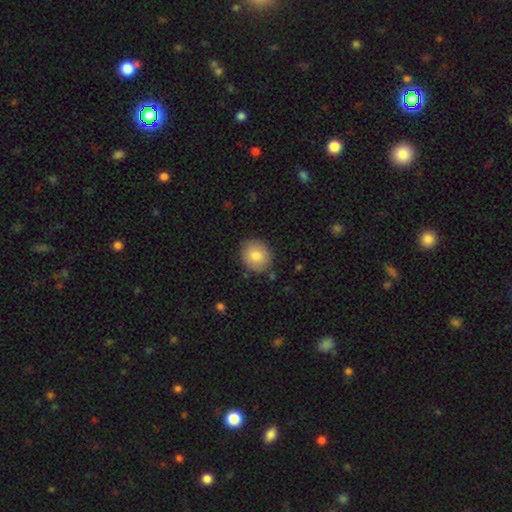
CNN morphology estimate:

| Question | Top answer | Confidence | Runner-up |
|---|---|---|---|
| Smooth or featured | smooth | 82% | featured or disk (10%) |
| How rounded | round | 72% | in between (27%) |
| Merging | none | 84% | minor disturbance (11%) |